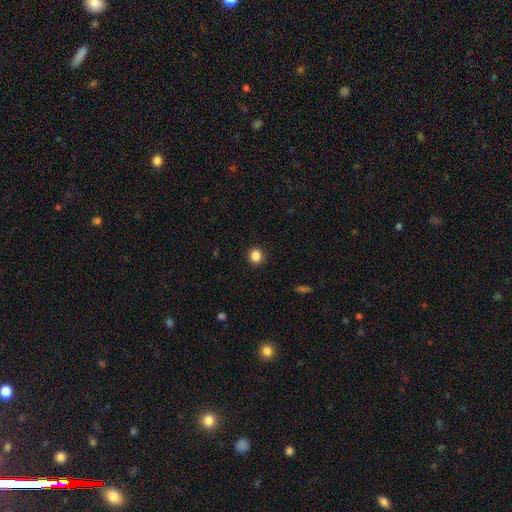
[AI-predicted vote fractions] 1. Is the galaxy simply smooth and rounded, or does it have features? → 86% smooth, 10% star or artifact, 3% featured or disk.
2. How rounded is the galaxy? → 88% round, 11% in between, 1% cigar-shaped.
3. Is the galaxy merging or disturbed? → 92% none, 5% minor disturbance, 2% major disturbance, 1% merger.